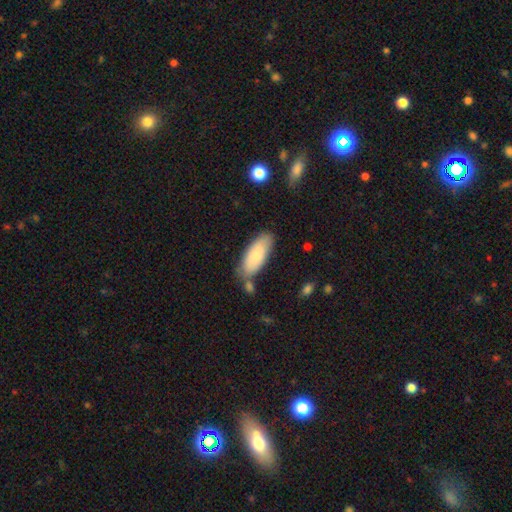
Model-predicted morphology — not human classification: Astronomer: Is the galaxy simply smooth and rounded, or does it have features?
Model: smooth — 83%.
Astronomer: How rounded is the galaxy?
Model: in between — 75%.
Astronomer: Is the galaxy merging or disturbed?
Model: none — 68%.